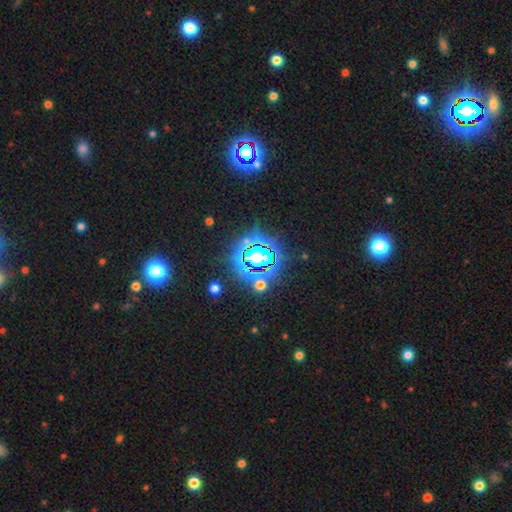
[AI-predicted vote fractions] This appears to be a star or artifact, not a galaxy (74%).